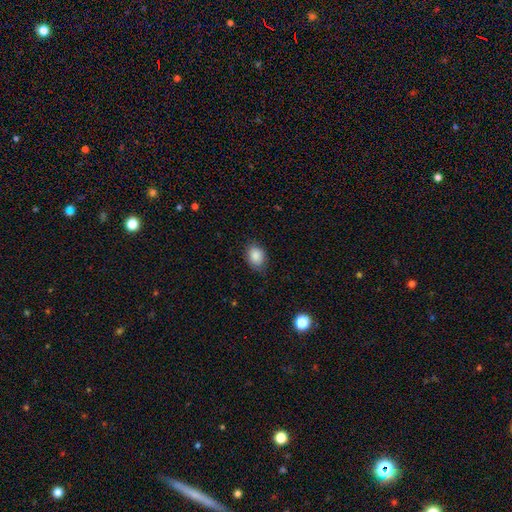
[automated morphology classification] Q: Smooth or featured?
A: smooth (87%); runner-up: star or artifact (8%)
Q: How rounded?
A: in between (65%); runner-up: round (34%)
Q: Merging?
A: none (76%); runner-up: minor disturbance (20%)